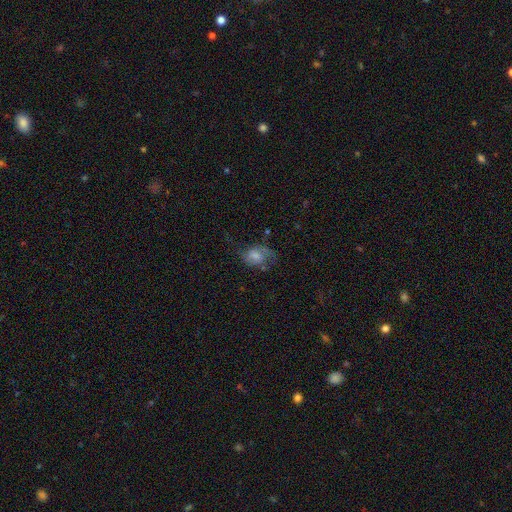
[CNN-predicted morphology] smooth-or-featured: smooth: 49% | featured or disk: 41% | star or artifact: 10%
  merging: none: 40% | major disturbance: 29% | minor disturbance: 27% | merger: 4%